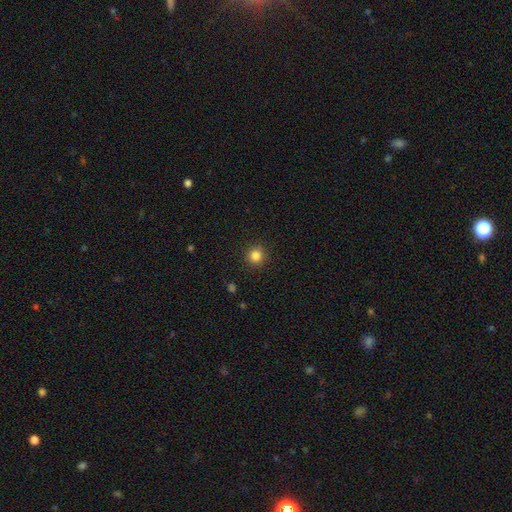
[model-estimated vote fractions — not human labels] This is clearly a smooth galaxy (84%). How rounded: clearly round (94%). Merging: clearly none (91%).